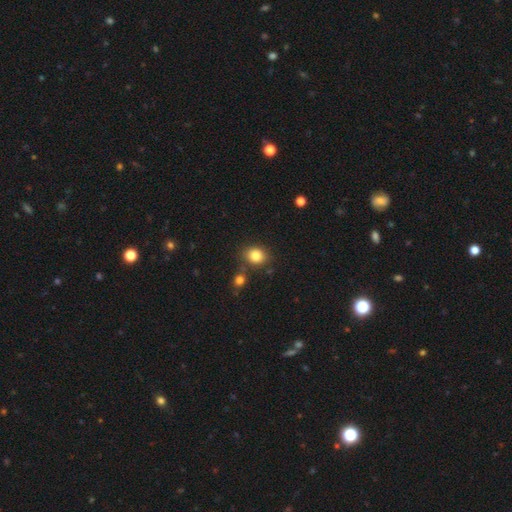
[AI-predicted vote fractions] Morphology: type=smooth (83%); roundness=round (67%); merging=none (75%).